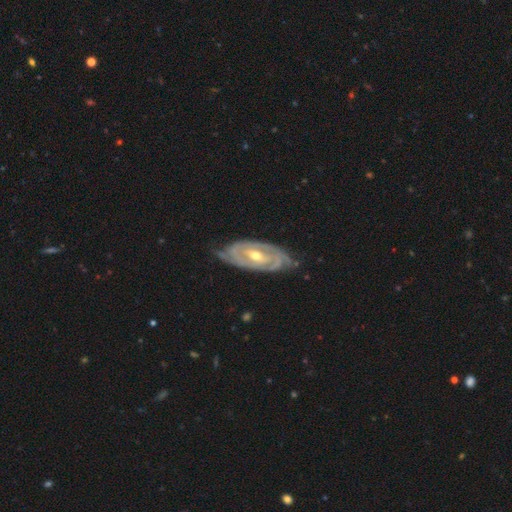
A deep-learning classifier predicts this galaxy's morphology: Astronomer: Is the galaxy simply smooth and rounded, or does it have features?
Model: featured or disk — 82%.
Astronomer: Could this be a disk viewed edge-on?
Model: no — 90%.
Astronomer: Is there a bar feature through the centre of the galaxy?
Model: no — 58%.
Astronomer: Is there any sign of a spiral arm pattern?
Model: yes — 79%.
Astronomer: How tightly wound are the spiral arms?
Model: tight — 70%.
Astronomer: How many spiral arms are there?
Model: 2 — 51% (runner-up: can't tell, 32%).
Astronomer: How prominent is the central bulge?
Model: moderate — 60% (runner-up: small, 36%).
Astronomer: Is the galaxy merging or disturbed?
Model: none — 79%.